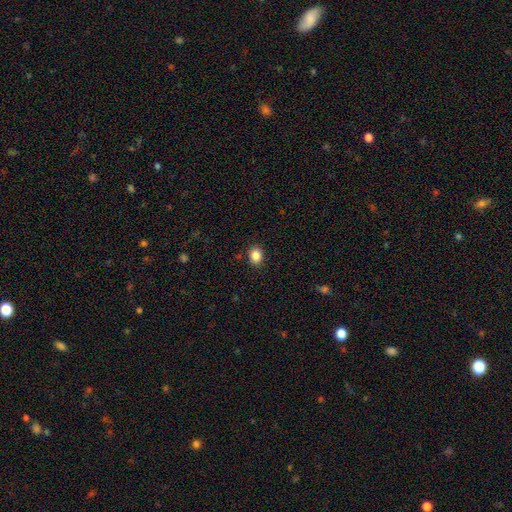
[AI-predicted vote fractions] The model was most divided on "how rounded": in between: 53%, round: 46%, cigar-shaped: 1%. More confident: merging — none (89%); smooth or featured — smooth (86%).